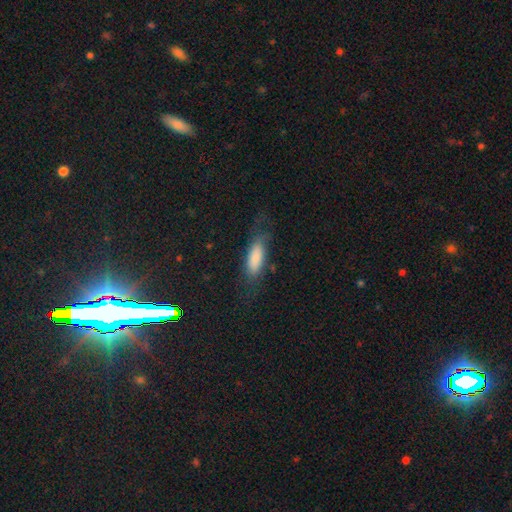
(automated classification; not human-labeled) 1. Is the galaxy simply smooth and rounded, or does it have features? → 75% smooth, 17% featured or disk, 8% star or artifact.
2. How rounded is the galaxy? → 66% in between, 31% cigar-shaped, 3% round.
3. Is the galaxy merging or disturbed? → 63% none, 22% minor disturbance, 13% major disturbance, 2% merger.